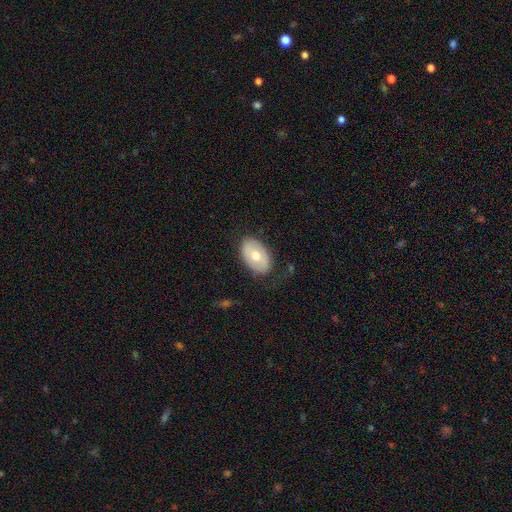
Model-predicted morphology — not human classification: The model was most divided on "smooth or featured": smooth: 61%, featured or disk: 33%, star or artifact: 7%. More confident: how rounded — in between (89%); merging — none (77%).